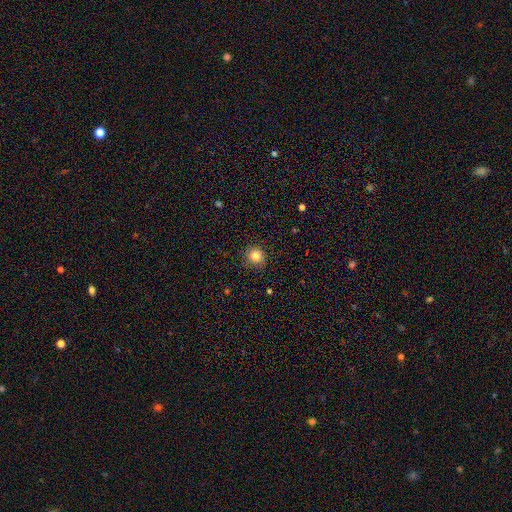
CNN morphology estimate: The model was most divided on "smooth or featured": smooth: 83%, star or artifact: 12%, featured or disk: 5%. More confident: how rounded — round (92%); merging — none (89%).